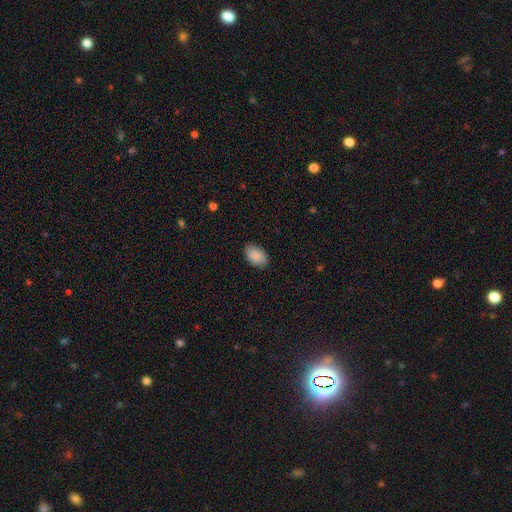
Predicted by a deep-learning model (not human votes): A smooth galaxy with no disk features (89%) that is in between round and cigar-shaped (92%). Merging: none (86%).